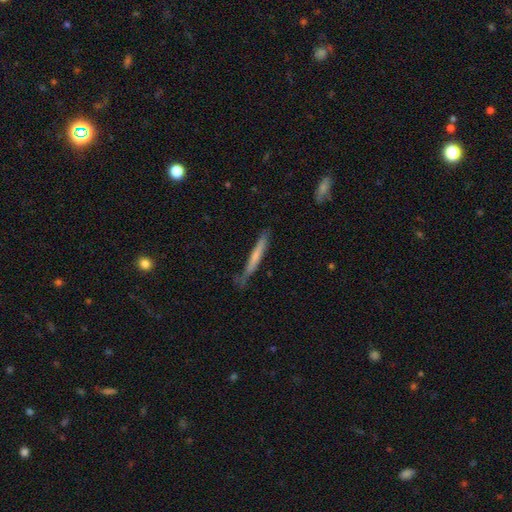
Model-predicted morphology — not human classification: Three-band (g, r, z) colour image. It shows a smooth galaxy with no disk features (57%) that is cigar-shaped (96%). Merging: none (71%).